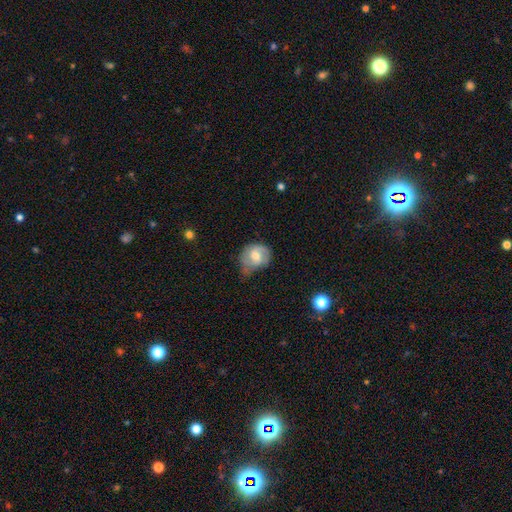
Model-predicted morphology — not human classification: featured or disk 51%, smooth 42%, star or artifact 7%. Down the decision tree: edge-on disk — no (97%); merging — none (45%).